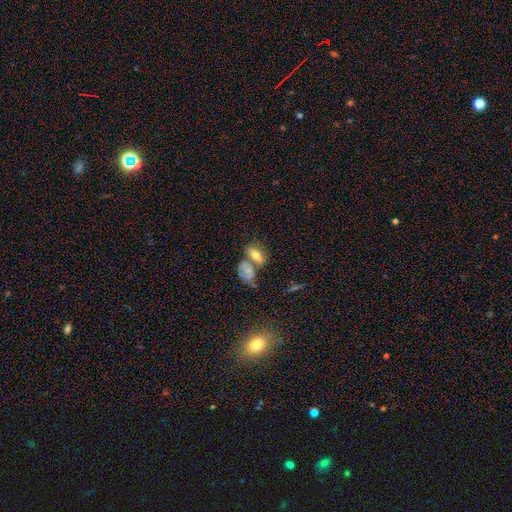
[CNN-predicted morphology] A smooth galaxy with no disk features (68%) that is in between round and cigar-shaped (82%). Merging: none (43%).